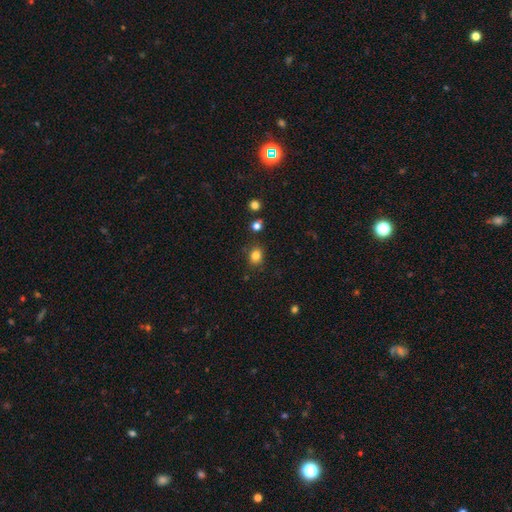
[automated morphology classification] smooth_or_featured: smooth (p=0.82) [alt: star or artifact p=0.12]
how_rounded: round (p=0.60) [alt: in between p=0.39]
merging: none (p=0.83) [alt: minor disturbance p=0.11]